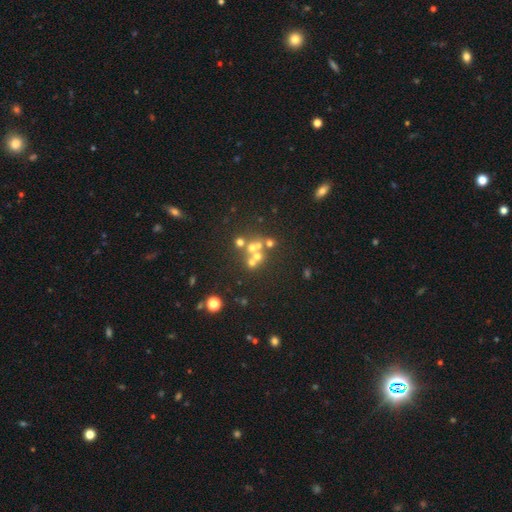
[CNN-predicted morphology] smooth_or_featured: smooth (p=0.41) [alt: featured or disk p=0.30]
merging: none (p=0.46) [alt: merger p=0.40]